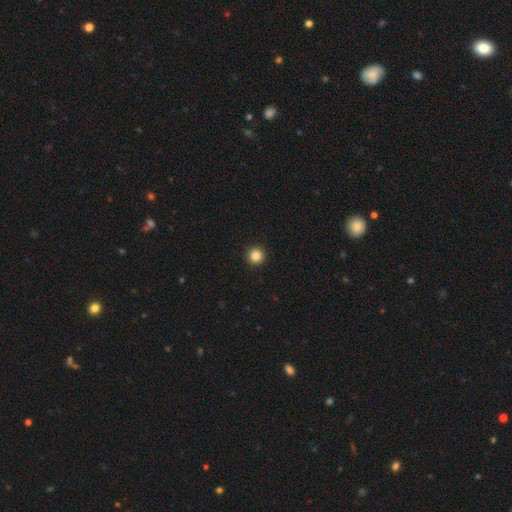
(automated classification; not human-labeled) Smooth or featured? Predicted: smooth (p=0.85). How rounded? Predicted: round (p=0.96). Merging? Predicted: none (p=0.94).